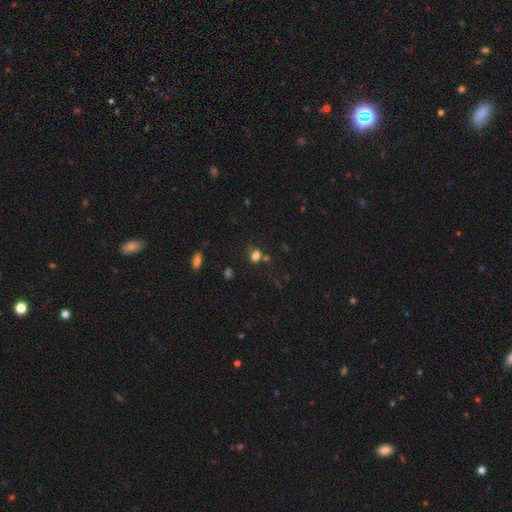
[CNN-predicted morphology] type=smooth (73%); roundness=in between (49%, tied with round); merging=none (57%).